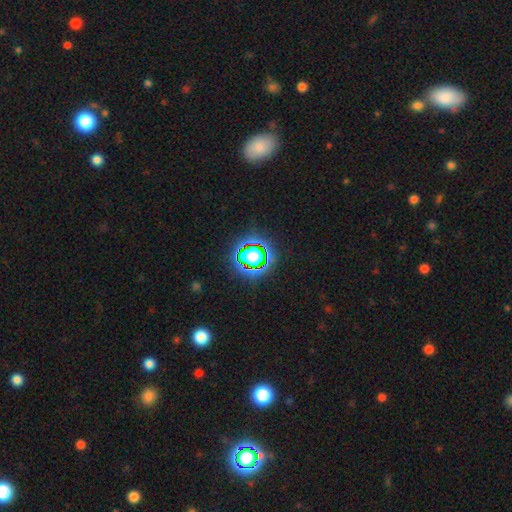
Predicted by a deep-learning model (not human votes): A star or artifact, not a galaxy (60%).

Vote fractions:
- Smooth or featured? star or artifact: 60% / smooth: 27% / featured or disk: 12%